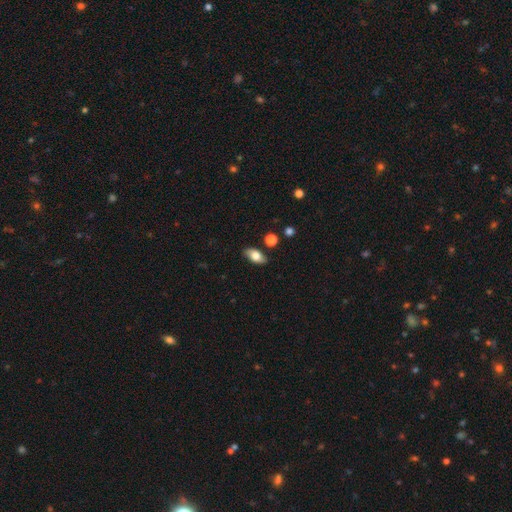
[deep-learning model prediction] Q: Smooth or featured?
A: smooth (72%); runner-up: featured or disk (20%)
Q: How rounded?
A: in between (89%); runner-up: round (6%)
Q: Merging?
A: none (81%); runner-up: minor disturbance (14%)